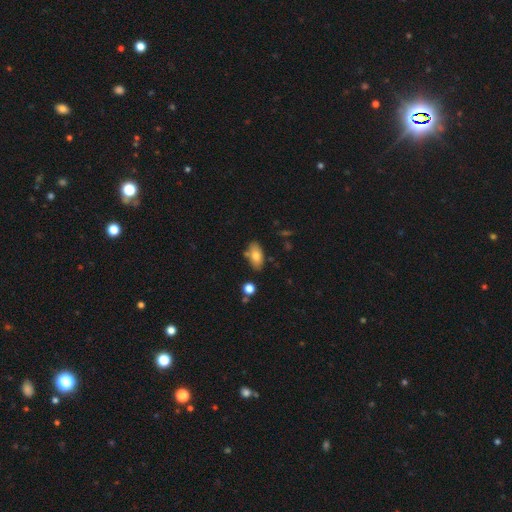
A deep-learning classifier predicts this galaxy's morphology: smooth-or-featured: smooth: 78% | featured or disk: 14% | star or artifact: 8%
  how-rounded: in between: 90% | cigar-shaped: 6% | round: 4%
  merging: none: 75% | minor disturbance: 15% | merger: 7% | major disturbance: 3%